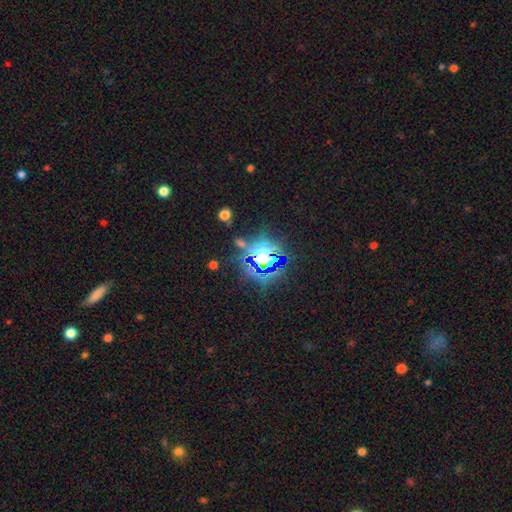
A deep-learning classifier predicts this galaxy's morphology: Smooth or featured: star or artifact — 82% (smooth — 12%)